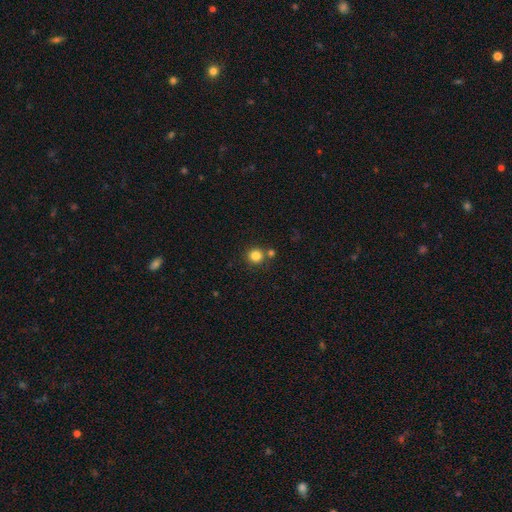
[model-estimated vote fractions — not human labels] Smooth or featured?
  - smooth: 83% *
  - star or artifact: 12%
  - featured or disk: 5%
How rounded?
  - round: 93% *
  - in between: 6%
  - cigar-shaped: 1%
Merging?
  - none: 75% *
  - merger: 15%
  - minor disturbance: 7%
  - major disturbance: 3%